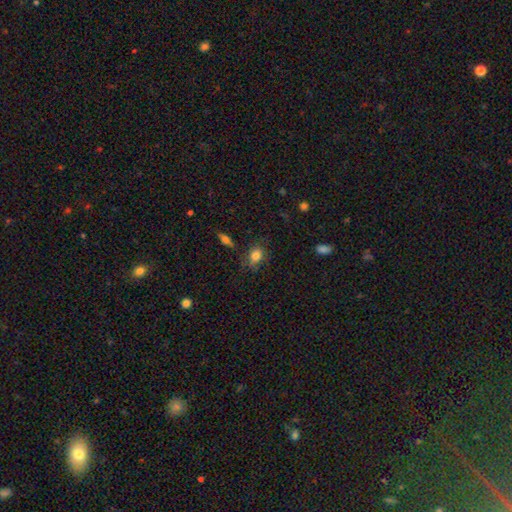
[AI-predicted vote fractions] Smooth or featured?
  - smooth: 81% *
  - star or artifact: 10%
  - featured or disk: 9%
How rounded?
  - in between: 67% *
  - round: 31%
  - cigar-shaped: 2%
Merging?
  - none: 71% *
  - minor disturbance: 21%
  - major disturbance: 6%
  - merger: 3%